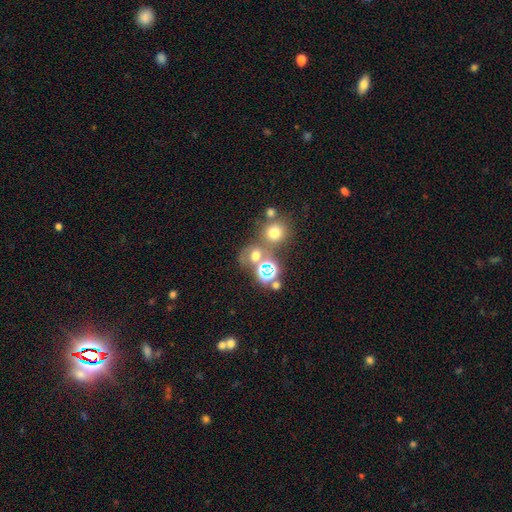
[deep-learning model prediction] smooth-or-featured: smooth: 56% | star or artifact: 31% | featured or disk: 13%
  how-rounded: round: 68% | in between: 30% | cigar-shaped: 1%
  merging: none: 49% | merger: 34% | minor disturbance: 10% | major disturbance: 7%